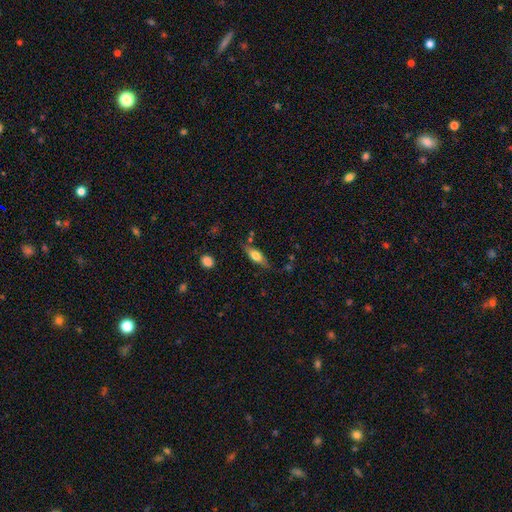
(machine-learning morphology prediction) This appears to be a smooth galaxy with no disk features (55%) that is in between round and cigar-shaped (60%). Merging: none (73%).